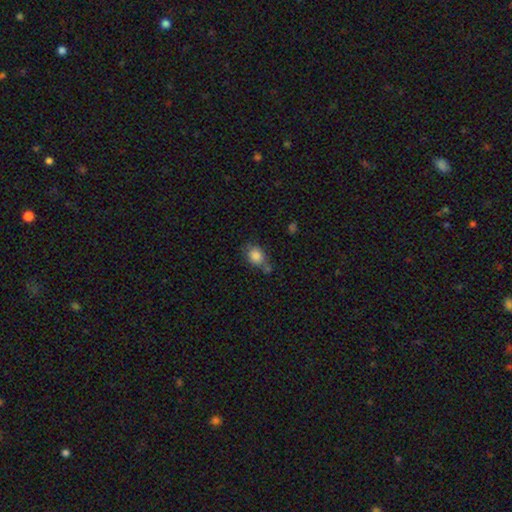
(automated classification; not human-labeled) Smooth or featured: smooth — 85% (star or artifact — 9%)
How rounded: in between — 54% (round — 45%)
Merging: none — 54% (minor disturbance — 23%)